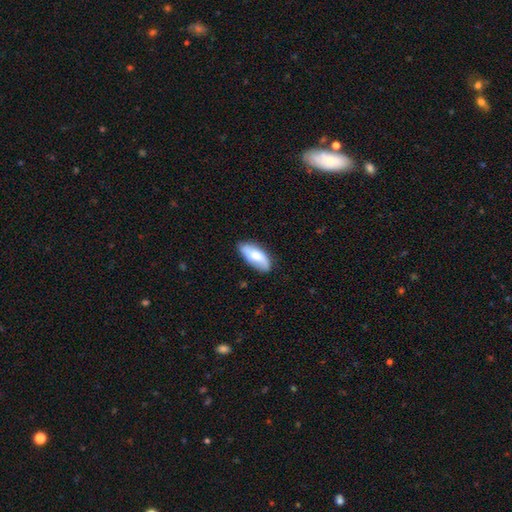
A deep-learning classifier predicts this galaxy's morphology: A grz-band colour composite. It shows a smooth galaxy with no disk features (69%) that is in between round and cigar-shaped (81%). Merging: none (75%).